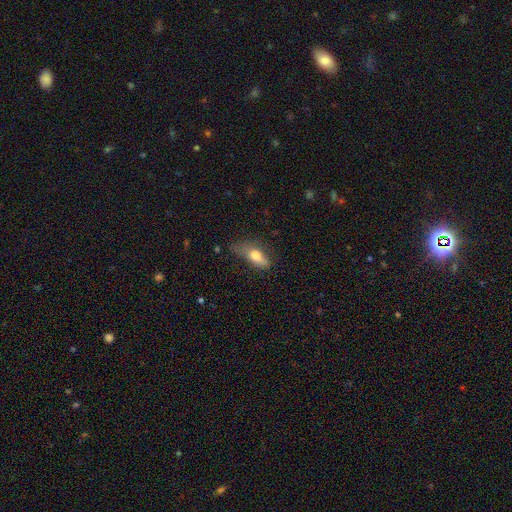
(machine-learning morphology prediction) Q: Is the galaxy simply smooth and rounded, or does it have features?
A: smooth — 71%.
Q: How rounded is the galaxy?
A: in between — 74%.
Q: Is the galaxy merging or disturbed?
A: minor disturbance — 38%.